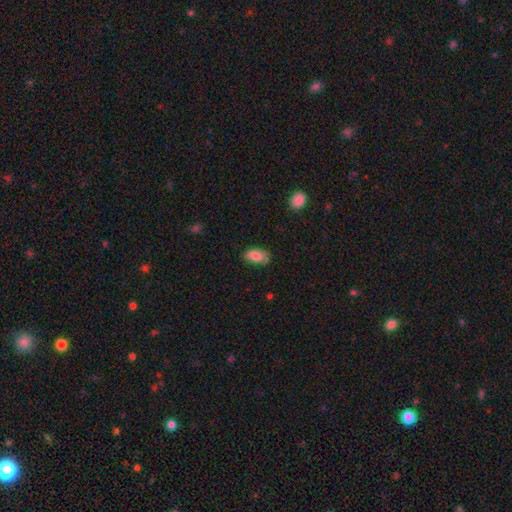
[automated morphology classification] smooth 83%, featured or disk 10%, star or artifact 7%. Down the decision tree: how rounded — in between (93%); merging — none (73%).